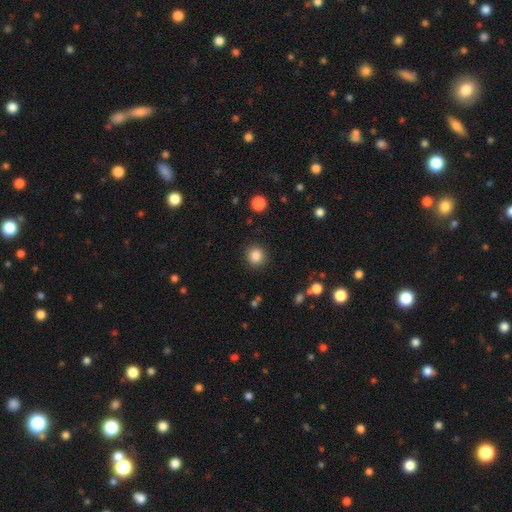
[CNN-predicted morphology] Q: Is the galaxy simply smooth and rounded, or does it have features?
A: smooth — 86%.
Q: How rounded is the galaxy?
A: round — 91%.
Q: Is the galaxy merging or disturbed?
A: none — 90%.